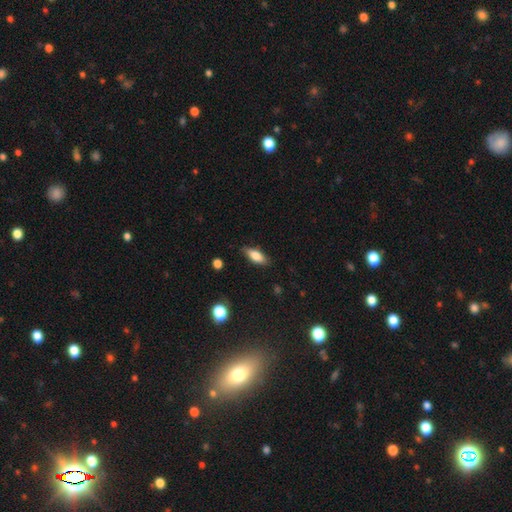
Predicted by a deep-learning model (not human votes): This is likely a smooth galaxy (75%). How rounded: likely in between (70%). Merging: clearly none (82%).